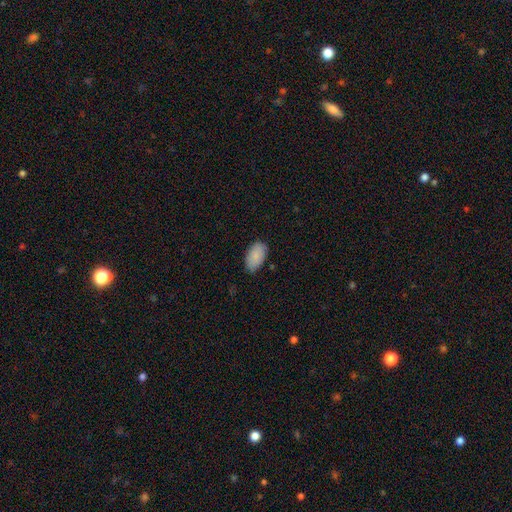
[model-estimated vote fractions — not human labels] Smooth or featured? Predicted: smooth (p=0.87). How rounded? Predicted: in between (p=0.94). Merging? Predicted: none (p=0.78).